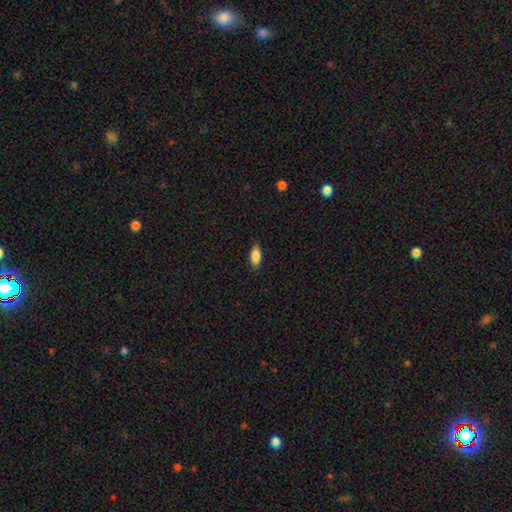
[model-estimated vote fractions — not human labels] smooth-or-featured: smooth: 85% | featured or disk: 8% | star or artifact: 7%
  how-rounded: in between: 77% | cigar-shaped: 21% | round: 2%
  merging: none: 86% | minor disturbance: 11% | major disturbance: 2% | merger: 1%